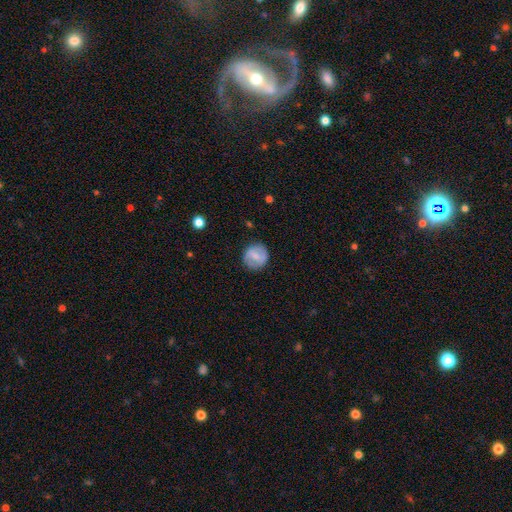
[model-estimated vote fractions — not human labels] A smooth galaxy with no disk features (55%) that is round (84%).

Vote fractions:
- Smooth or featured? smooth: 55% / featured or disk: 38% / star or artifact: 7%
- How rounded? round: 84% / in between: 15% / cigar-shaped: 1%
- Merging? none: 84% / minor disturbance: 11% / major disturbance: 4% / merger: 1%